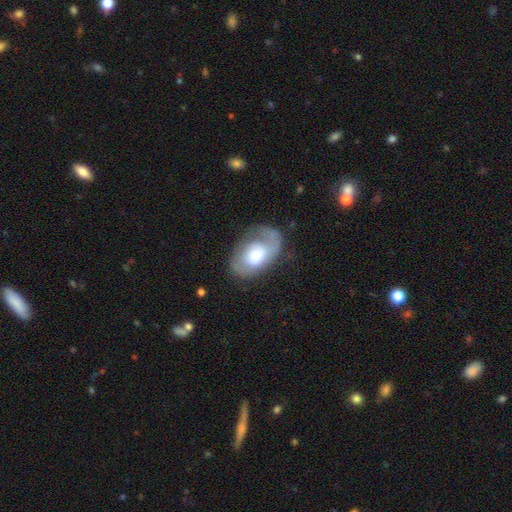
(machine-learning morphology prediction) Smooth or featured? featured or disk (64%)
Edge-on disk? no (95%)
Bar? no (68%)
Spiral arms? yes (79%)
Bulge size? moderate (55%)
Merging? none (56%)